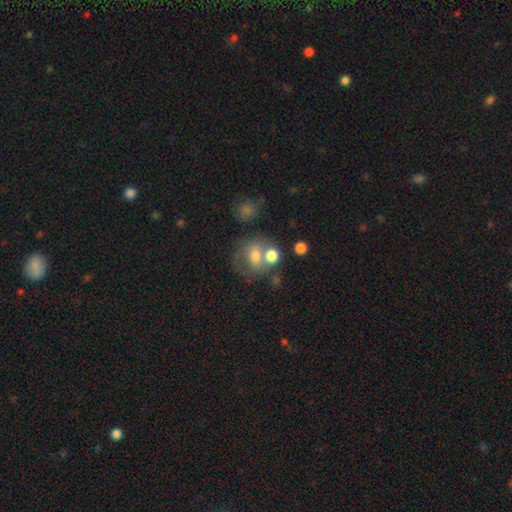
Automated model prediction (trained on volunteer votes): This appears to be a smooth galaxy with no disk features (58%) that is round (71%). Merging: none (40%).